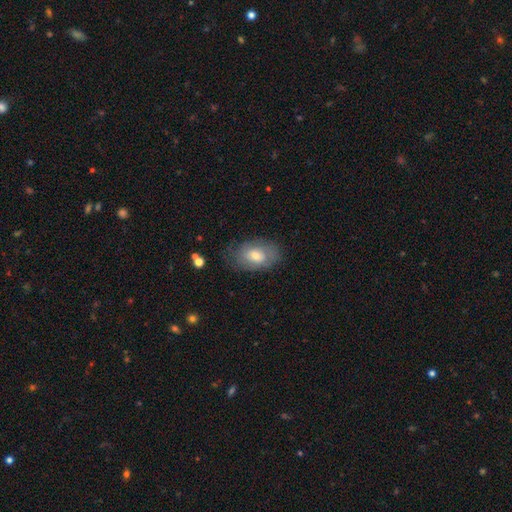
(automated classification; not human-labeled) smooth_or_featured: smooth (p=0.50) [alt: featured or disk p=0.42]
merging: none (p=0.72) [alt: minor disturbance p=0.19]